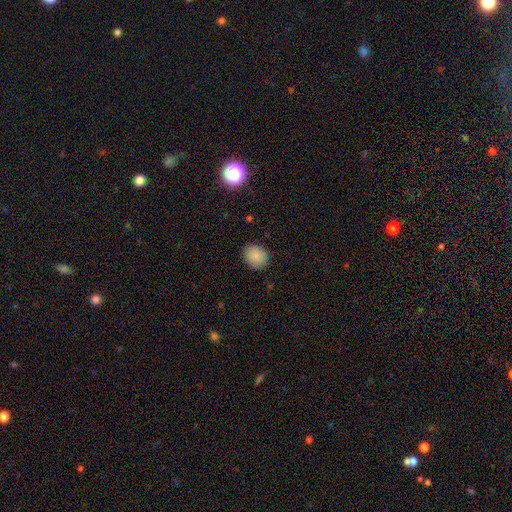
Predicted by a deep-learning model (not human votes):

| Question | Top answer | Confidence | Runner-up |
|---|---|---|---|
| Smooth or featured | smooth | 86% | star or artifact (9%) |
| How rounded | round | 58% | in between (41%) |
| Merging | none | 87% | minor disturbance (9%) |